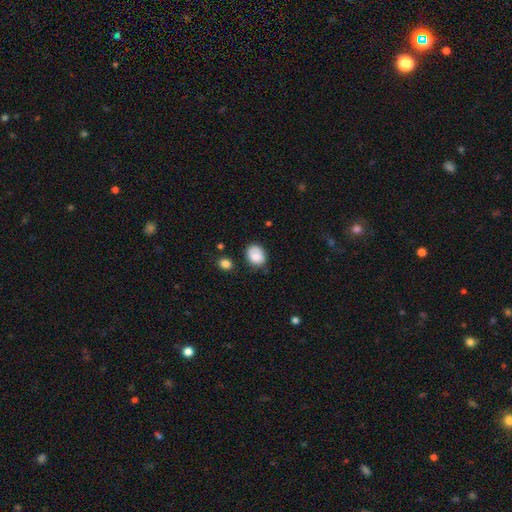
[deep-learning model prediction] smooth_or_featured: smooth (p=0.82) [alt: featured or disk p=0.10]
how_rounded: in between (p=0.58) [alt: round p=0.41]
merging: none (p=0.63) [alt: minor disturbance p=0.26]